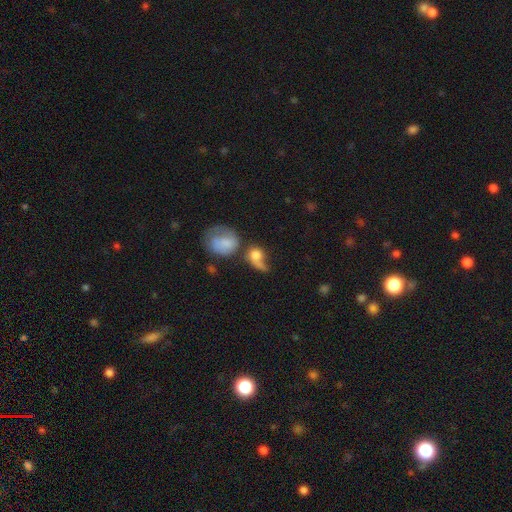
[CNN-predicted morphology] A smooth galaxy with no disk features (66%) that is round (60%). Merging: merger (34%).